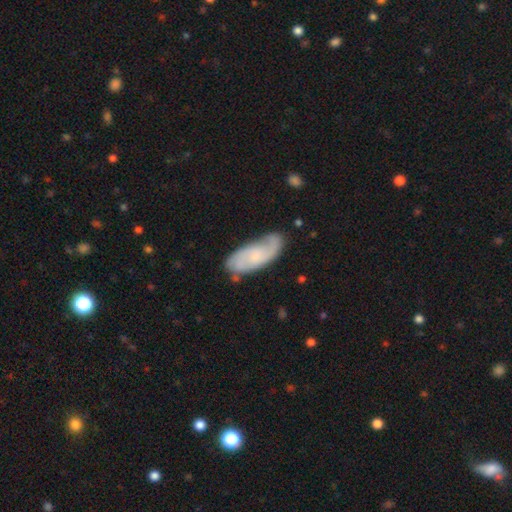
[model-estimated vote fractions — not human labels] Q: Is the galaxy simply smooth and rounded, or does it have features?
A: featured or disk — 56%.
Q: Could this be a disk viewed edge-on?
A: no — 92%.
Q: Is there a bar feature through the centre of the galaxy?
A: no — 65%.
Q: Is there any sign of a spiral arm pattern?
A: yes — 91%.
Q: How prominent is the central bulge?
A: small — 47%.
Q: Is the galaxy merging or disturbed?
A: none — 68%.